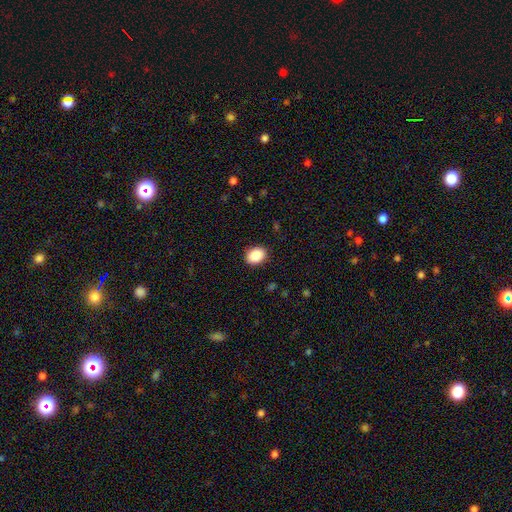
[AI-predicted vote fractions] The model was most divided on "how rounded": in between: 60%, round: 39%, cigar-shaped: 1%. More confident: merging — none (90%); smooth or featured — smooth (88%).